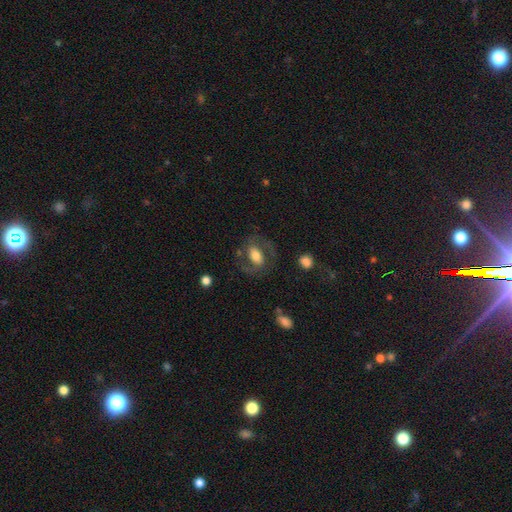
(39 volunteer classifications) This is possibly a featured or disk galaxy (51%). It is clearly not viewed edge-on (95%). Bar: marginally strong (42%). Spiral arm pattern: likely yes (68%). Spiral arm count: clearly 2 (92%). Spiral winding: possibly medium (54%). Central bulge: possibly large (47%). Merging: possibly none (54%).